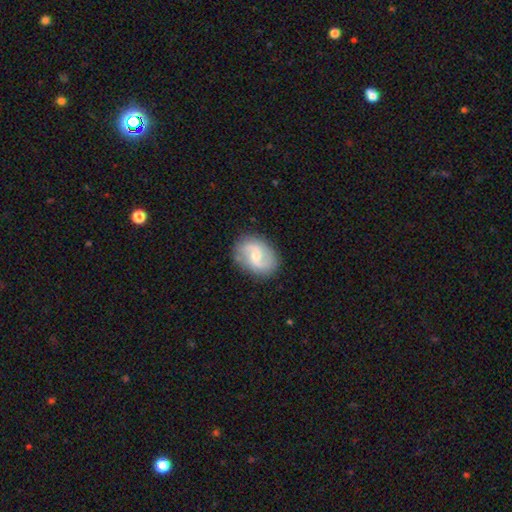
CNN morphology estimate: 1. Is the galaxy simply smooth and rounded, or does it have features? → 67% featured or disk, 26% smooth, 6% star or artifact.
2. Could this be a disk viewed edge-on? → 97% no, 3% yes.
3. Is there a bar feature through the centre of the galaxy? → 47% weak, 41% no, 12% strong.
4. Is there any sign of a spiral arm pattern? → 87% yes, 13% no.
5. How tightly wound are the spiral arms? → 41% medium (tied), 41% loose (tied), 18% tight.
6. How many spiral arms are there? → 87% 2, 8% can't tell, 2% 1, 1% 3, 1% 4, 1% more than 4.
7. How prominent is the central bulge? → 57% moderate, 38% small, 3% large, 1% none, 1% dominant.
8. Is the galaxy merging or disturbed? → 82% none, 13% minor disturbance, 4% major disturbance, 1% merger.